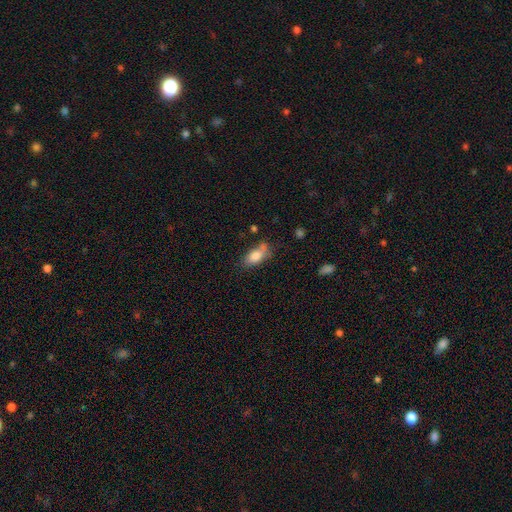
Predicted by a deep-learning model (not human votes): A smooth galaxy with no disk features (80%) that is in between round and cigar-shaped (87%). Merging: none (53%).